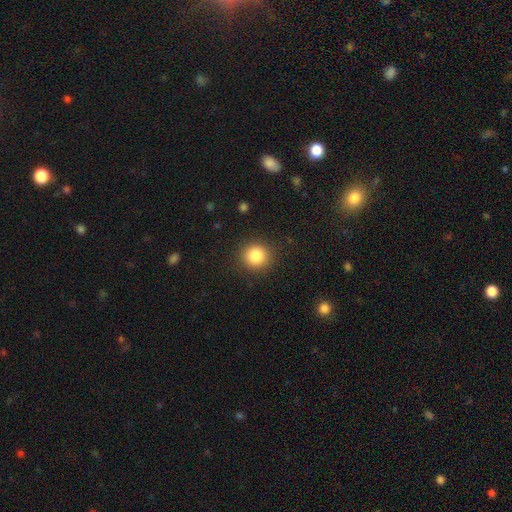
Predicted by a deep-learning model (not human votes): Smooth or featured: smooth — 86% (star or artifact — 10%)
How rounded: round — 90% (in between — 9%)
Merging: none — 89% (minor disturbance — 7%)